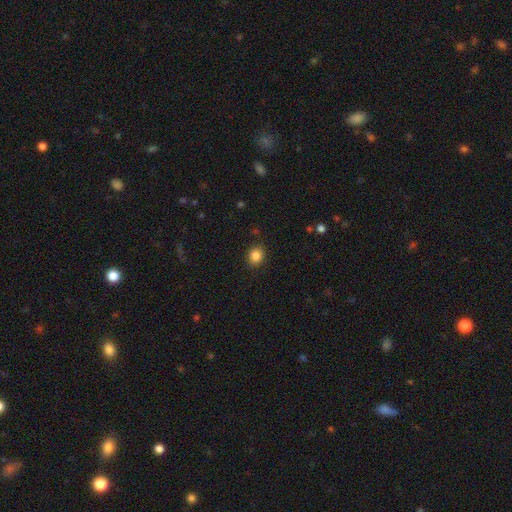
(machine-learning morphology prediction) A smooth galaxy with no disk features (85%) that is round (76%).

Vote fractions:
- Smooth or featured? smooth: 85% / star or artifact: 11% / featured or disk: 4%
- How rounded? round: 76% / in between: 23% / cigar-shaped: 1%
- Merging? none: 89% / minor disturbance: 7% / major disturbance: 2% / merger: 1%